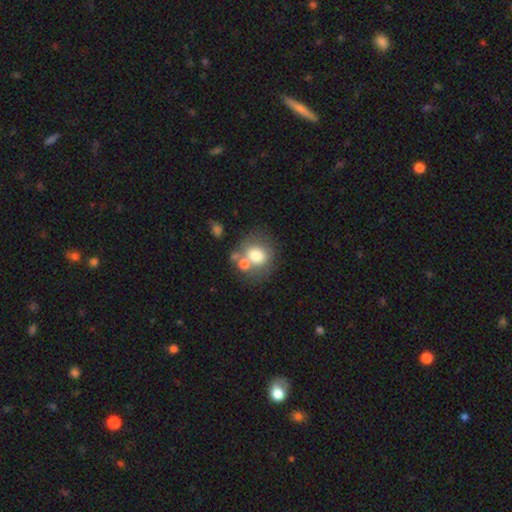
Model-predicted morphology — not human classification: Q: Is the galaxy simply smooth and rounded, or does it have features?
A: smooth — 70%.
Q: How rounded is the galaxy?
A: round — 73%.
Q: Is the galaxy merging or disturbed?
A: none — 48%.